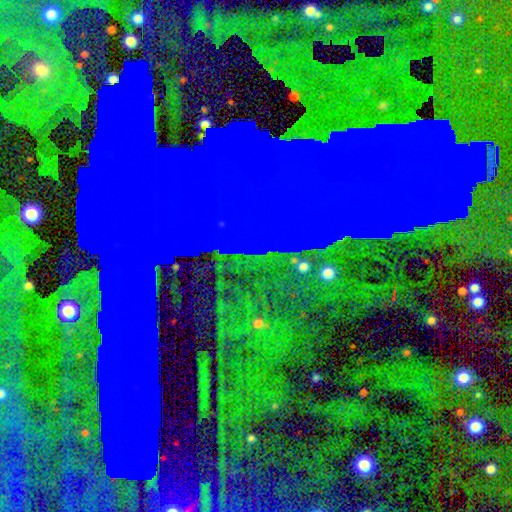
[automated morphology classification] This appears to be a star or artifact, not a galaxy (86%).